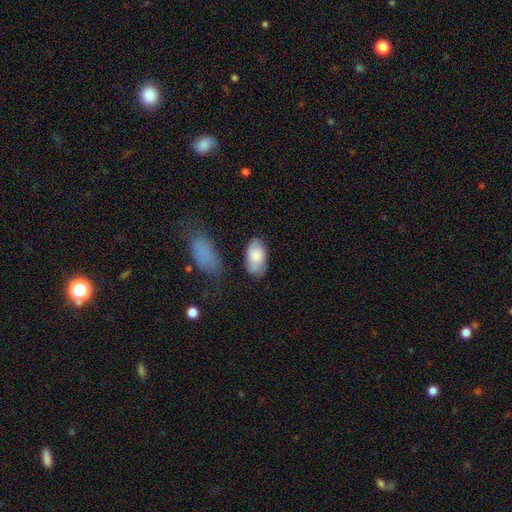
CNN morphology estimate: smooth 79%, featured or disk 15%, star or artifact 6%. Down the decision tree: how rounded — in between (94%); merging — none (66%).